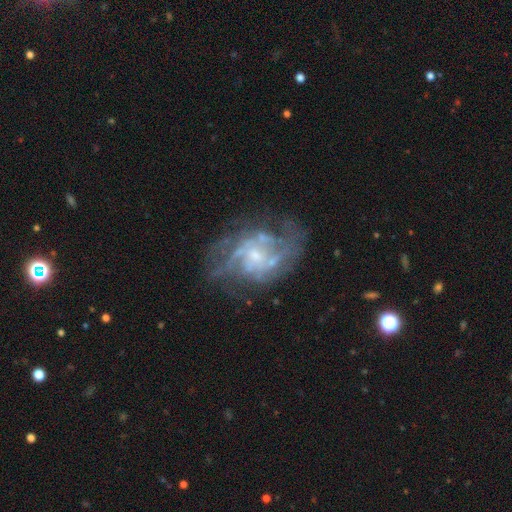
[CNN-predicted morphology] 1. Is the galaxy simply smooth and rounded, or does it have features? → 84% featured or disk, 8% smooth, 8% star or artifact.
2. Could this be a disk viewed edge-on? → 97% no, 3% yes.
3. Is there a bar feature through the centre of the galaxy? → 63% no, 31% weak, 6% strong.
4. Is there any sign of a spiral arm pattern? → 86% yes, 14% no.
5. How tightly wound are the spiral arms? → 46% medium, 31% tight, 23% loose.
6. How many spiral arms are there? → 33% can't tell, 28% 2, 18% 3, 10% 4, 6% 1, 6% more than 4.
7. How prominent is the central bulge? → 63% small, 25% moderate, 9% none, 2% large, 1% dominant.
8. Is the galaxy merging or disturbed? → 59% none, 19% minor disturbance, 18% major disturbance, 3% merger.